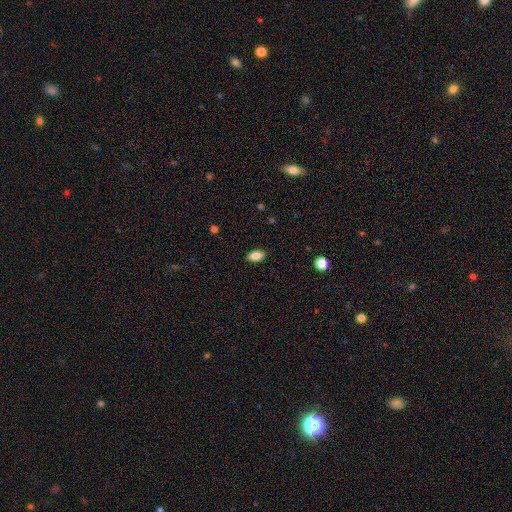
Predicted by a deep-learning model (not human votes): This appears to be a smooth galaxy with no disk features (86%) that is in between round and cigar-shaped (91%). Merging: none (88%).